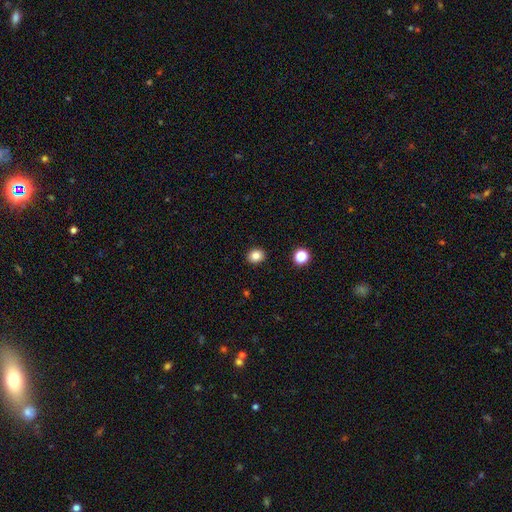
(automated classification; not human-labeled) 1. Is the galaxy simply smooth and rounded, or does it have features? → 83% smooth, 11% star or artifact, 5% featured or disk.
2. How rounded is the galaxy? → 70% round, 29% in between, 1% cigar-shaped.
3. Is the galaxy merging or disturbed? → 91% none, 6% minor disturbance, 2% major disturbance, 1% merger.